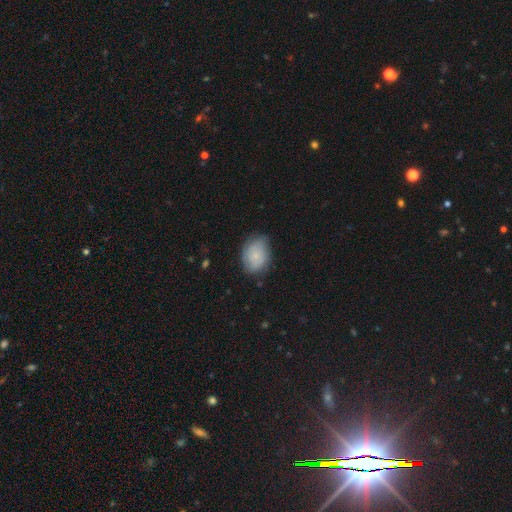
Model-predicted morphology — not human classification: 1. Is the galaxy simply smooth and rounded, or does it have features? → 69% smooth, 24% featured or disk, 7% star or artifact.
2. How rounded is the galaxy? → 69% in between, 30% round, 1% cigar-shaped.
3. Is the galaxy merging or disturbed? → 70% none, 23% minor disturbance, 6% major disturbance, 1% merger.